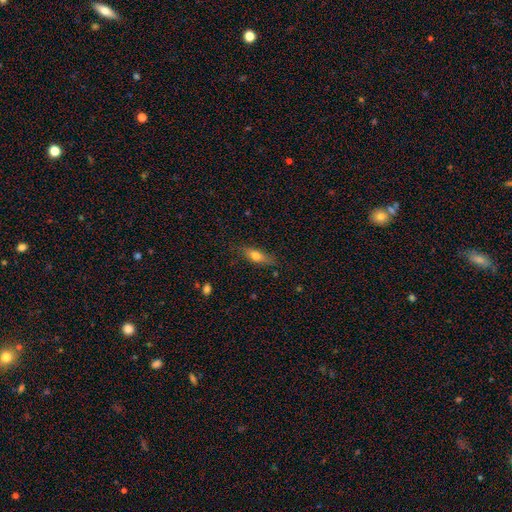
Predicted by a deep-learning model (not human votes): Smooth or featured? Predicted: smooth (p=0.67). How rounded? Predicted: in between (p=0.55). Merging? Predicted: none (p=0.75).